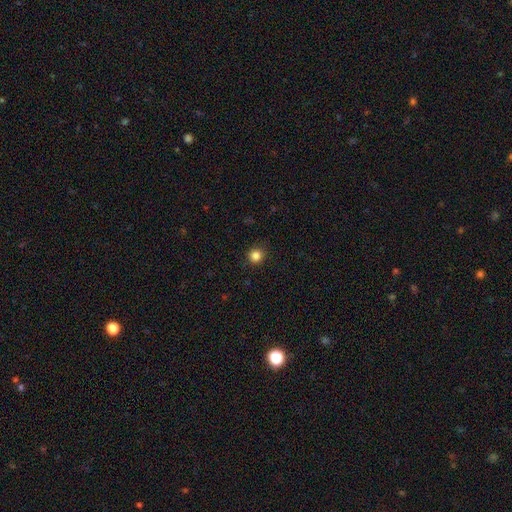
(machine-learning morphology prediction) A smooth galaxy with no disk features (84%) that is round (94%). Merging: none (91%).